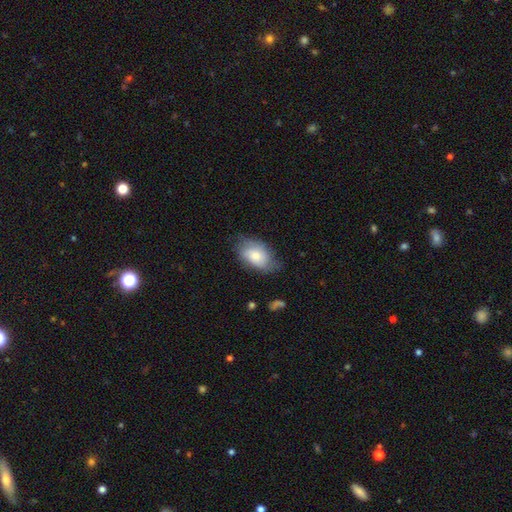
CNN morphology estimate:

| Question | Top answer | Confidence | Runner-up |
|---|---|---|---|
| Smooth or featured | smooth | 68% | featured or disk (25%) |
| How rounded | in between | 90% | round (9%) |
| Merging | none | 63% | minor disturbance (27%) |